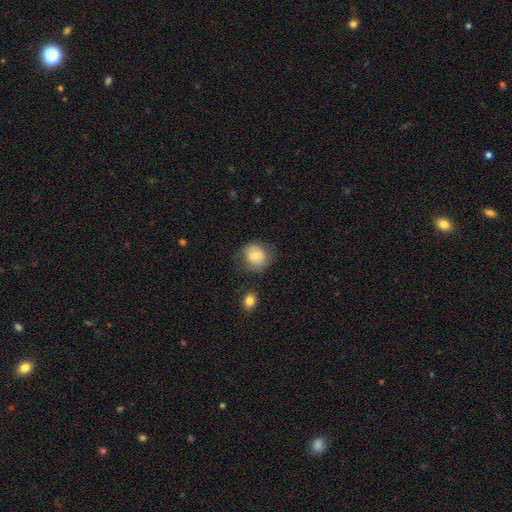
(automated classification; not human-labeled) Q: Smooth or featured?
A: smooth (75%); runner-up: featured or disk (17%)
Q: How rounded?
A: round (74%); runner-up: in between (25%)
Q: Merging?
A: none (69%); runner-up: minor disturbance (21%)